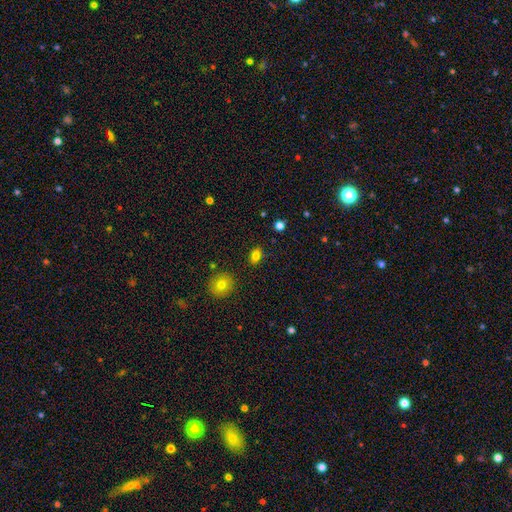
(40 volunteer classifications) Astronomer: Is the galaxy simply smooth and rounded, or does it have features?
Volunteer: smooth — 85%.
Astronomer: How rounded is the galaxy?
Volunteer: in between — 79%.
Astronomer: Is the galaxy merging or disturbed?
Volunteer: none — 86%.